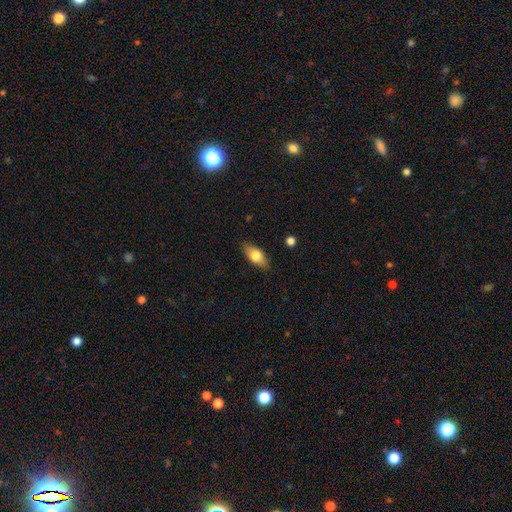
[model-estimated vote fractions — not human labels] Smooth or featured?
  - smooth: 75% *
  - featured or disk: 18%
  - star or artifact: 7%
How rounded?
  - in between: 85% *
  - cigar-shaped: 11%
  - round: 4%
Merging?
  - none: 85% *
  - minor disturbance: 12%
  - major disturbance: 2%
  - merger: 1%